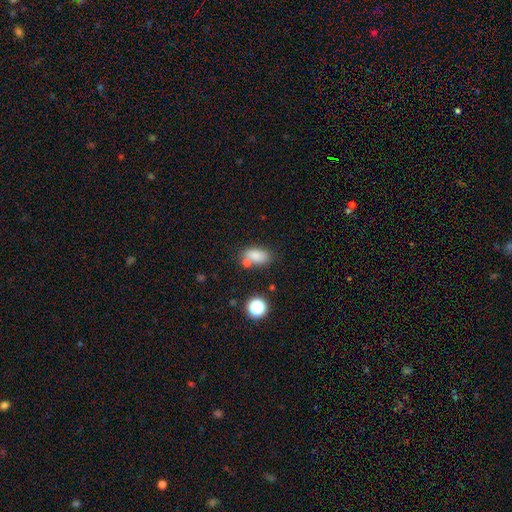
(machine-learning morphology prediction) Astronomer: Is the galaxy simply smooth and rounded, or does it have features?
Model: smooth — 79%.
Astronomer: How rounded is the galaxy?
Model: in between — 86%.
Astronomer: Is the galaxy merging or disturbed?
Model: none — 56%.